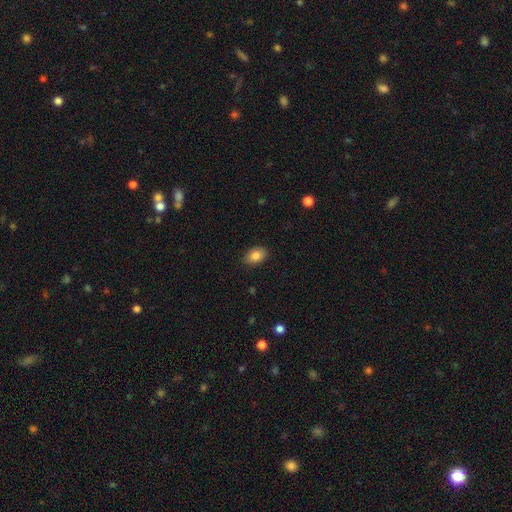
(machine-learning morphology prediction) smooth 85%, star or artifact 8%, featured or disk 7%. Down the decision tree: how rounded — in between (84%); merging — none (87%).